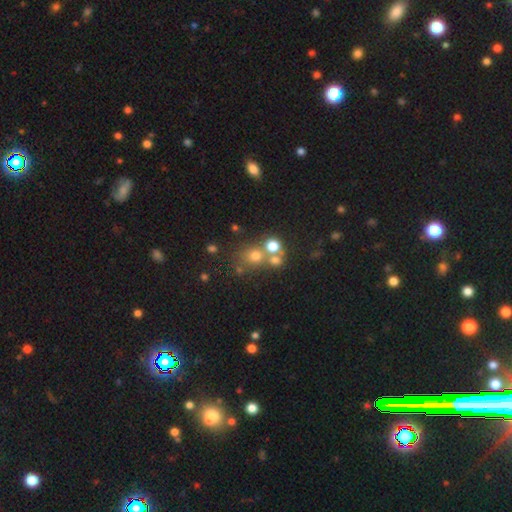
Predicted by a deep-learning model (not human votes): A smooth galaxy with no disk features (62%) that is round (81%). Merging: none (55%).